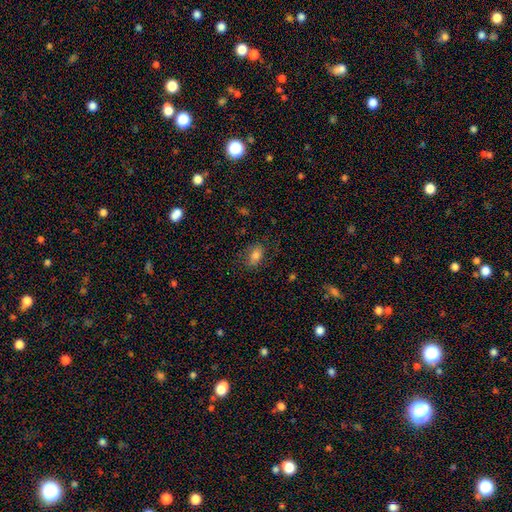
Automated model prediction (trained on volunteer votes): This appears to be a smooth galaxy with no disk features (78%) that is in between round and cigar-shaped (86%). Merging: none (78%).